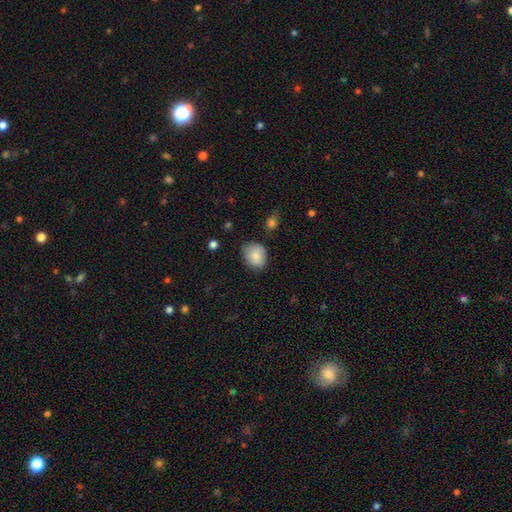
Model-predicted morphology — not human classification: Q: Smooth or featured?
A: smooth (84%); runner-up: featured or disk (8%)
Q: How rounded?
A: round (54%); runner-up: in between (45%)
Q: Merging?
A: none (70%); runner-up: minor disturbance (23%)